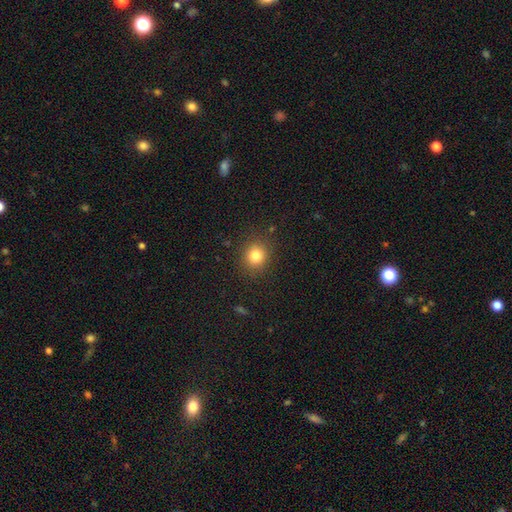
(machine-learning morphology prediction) Overall: smooth (81%). How rounded: round (84%). Merging: none (88%).